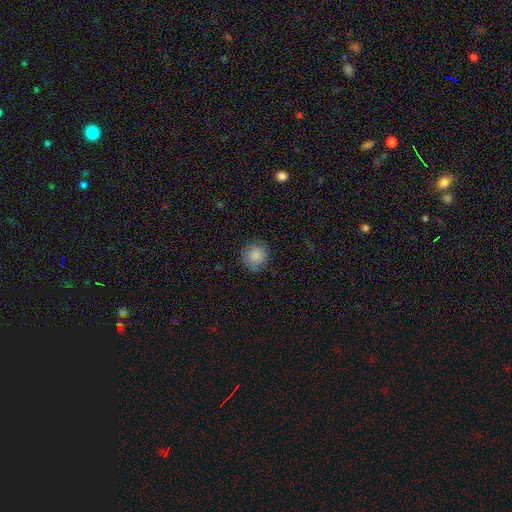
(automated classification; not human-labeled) A smooth galaxy with no disk features (85%) that is round (88%). Merging: none (82%).